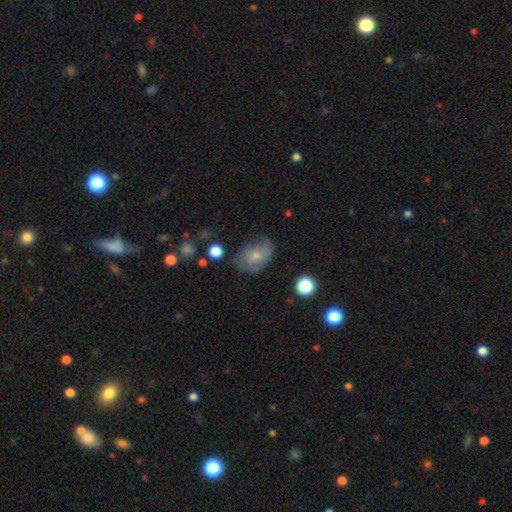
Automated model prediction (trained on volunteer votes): Smooth or featured? Predicted: smooth (p=0.61). How rounded? Predicted: in between (p=0.73). Merging? Predicted: none (p=0.50).